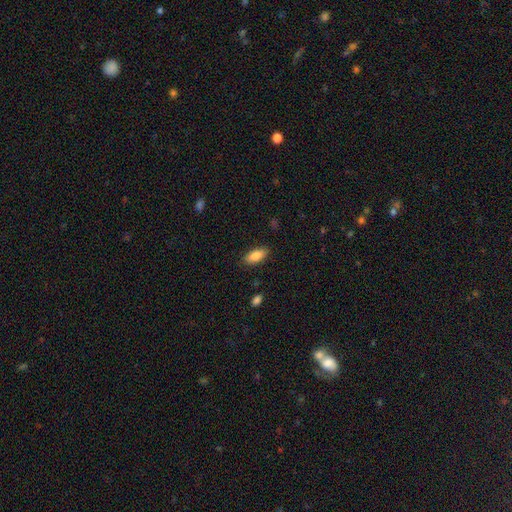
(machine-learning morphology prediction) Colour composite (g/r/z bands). It shows a smooth galaxy with no disk features (87%) that is in between round and cigar-shaped (83%). Merging: none (86%).